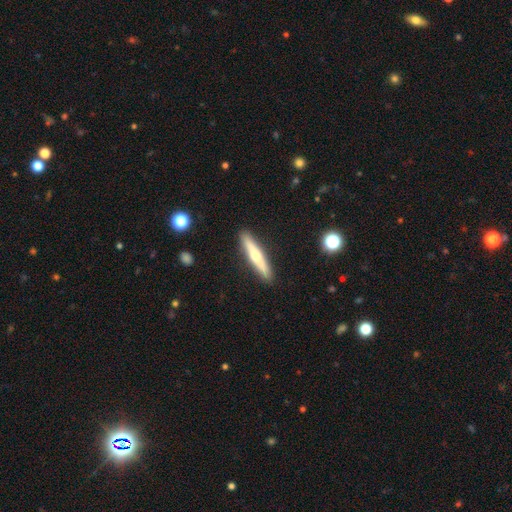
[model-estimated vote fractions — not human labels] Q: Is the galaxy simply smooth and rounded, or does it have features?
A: smooth — 48%.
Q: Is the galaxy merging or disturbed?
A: none — 91%.